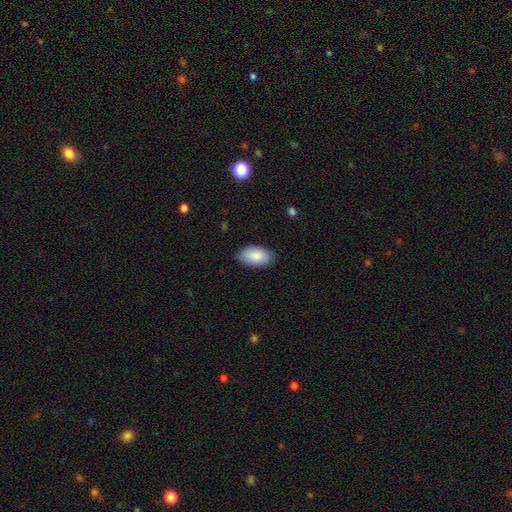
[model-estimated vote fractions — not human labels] Overall: smooth (87%). How rounded: in between (95%). Merging: none (84%).